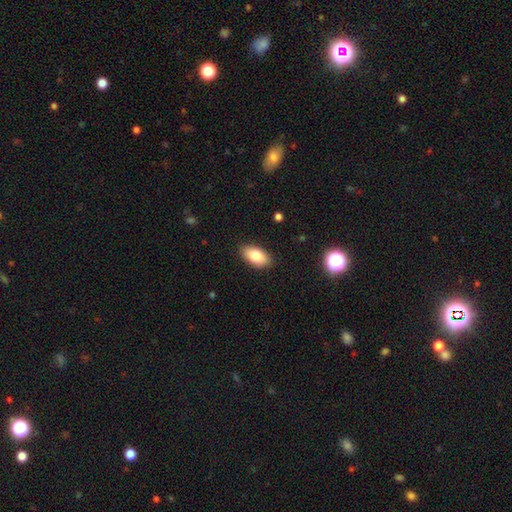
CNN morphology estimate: Smooth or featured? smooth (81%)
How rounded? in between (93%)
Merging? none (87%)